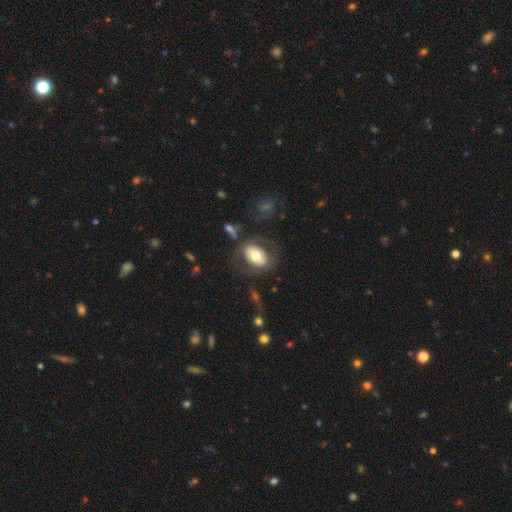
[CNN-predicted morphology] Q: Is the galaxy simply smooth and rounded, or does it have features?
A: smooth — 59%.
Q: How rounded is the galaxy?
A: in between — 83%.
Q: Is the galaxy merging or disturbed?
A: none — 66%.